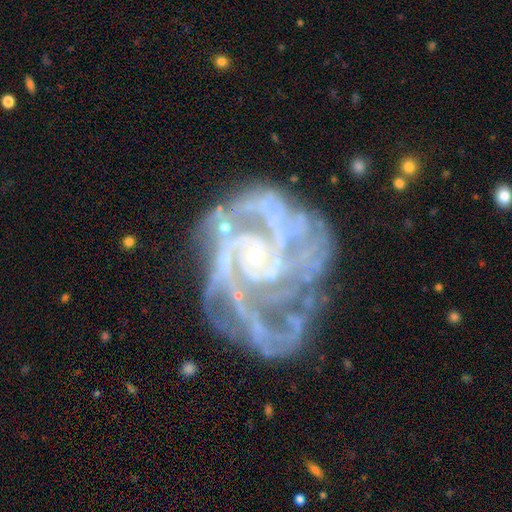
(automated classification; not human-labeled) Smooth or featured? featured or disk (90%)
Edge-on disk? no (98%)
Bar? no (73%)
Spiral arms? yes (96%)
Spiral winding? tight (60%)
Spiral arm count? 3 (24%)
Bulge size? small (82%)
Merging? none (52%)